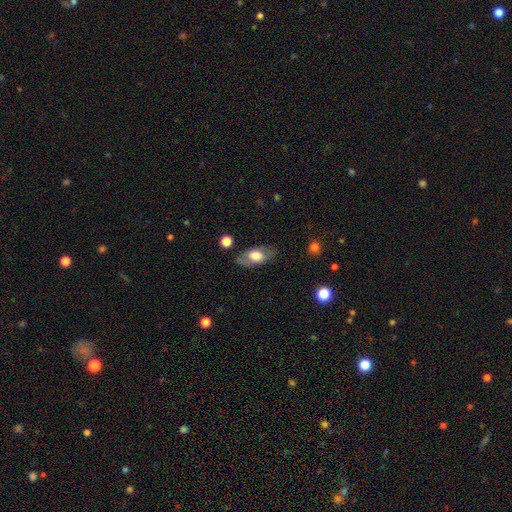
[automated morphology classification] type=smooth (64%); roundness=in between (90%); merging=none (79%).